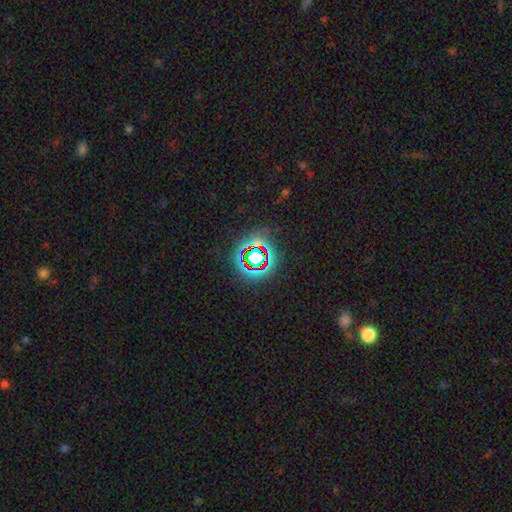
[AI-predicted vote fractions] smooth-or-featured: star or artifact: 72% | smooth: 18% | featured or disk: 11%